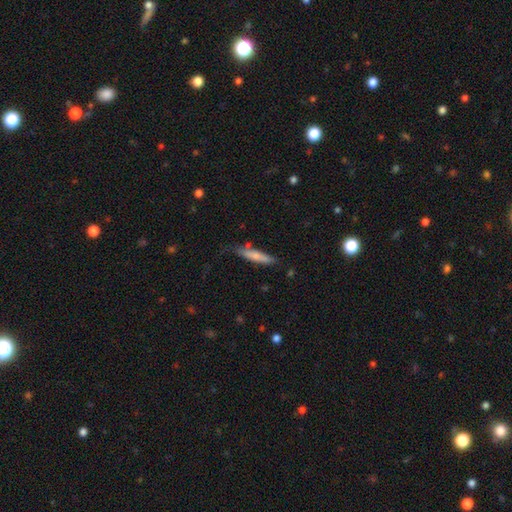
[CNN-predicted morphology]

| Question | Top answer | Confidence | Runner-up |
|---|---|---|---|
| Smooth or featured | smooth | 67% | featured or disk (27%) |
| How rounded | cigar-shaped | 85% | in between (13%) |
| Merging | none | 67% | minor disturbance (23%) |